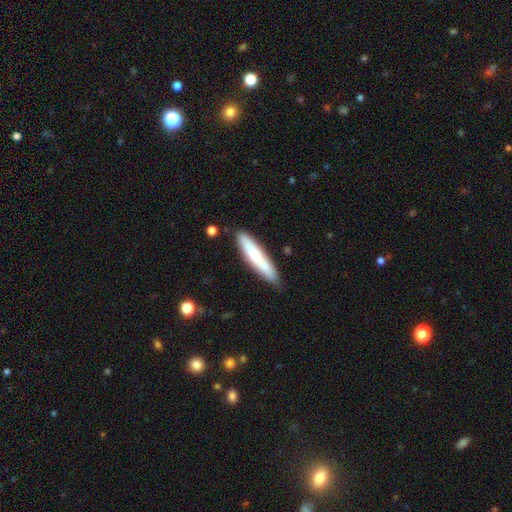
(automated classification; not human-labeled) smooth_or_featured: smooth (p=0.68) [alt: featured or disk p=0.27]
how_rounded: cigar-shaped (p=0.86) [alt: in between p=0.13]
merging: none (p=0.84) [alt: minor disturbance p=0.12]